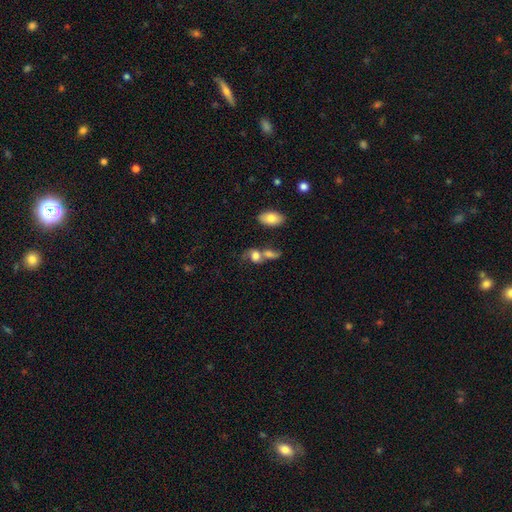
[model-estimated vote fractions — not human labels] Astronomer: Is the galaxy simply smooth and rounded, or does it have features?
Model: smooth — 68%.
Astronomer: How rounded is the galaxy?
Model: in between — 61% (runner-up: round, 36%).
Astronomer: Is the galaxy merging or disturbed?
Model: merger — 51%.